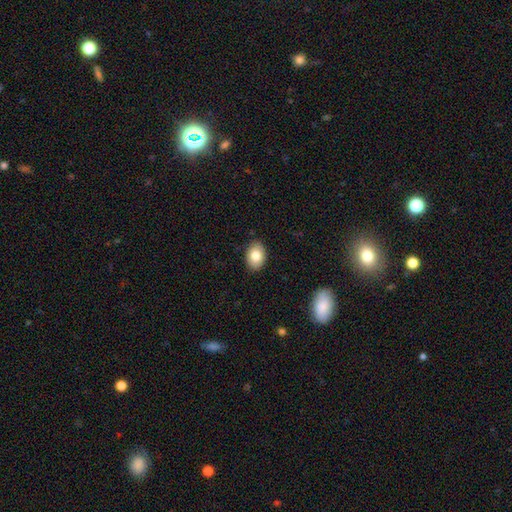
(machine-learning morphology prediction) smooth_or_featured: smooth (p=0.81) [alt: featured or disk p=0.12]
how_rounded: in between (p=0.81) [alt: round p=0.18]
merging: none (p=0.88) [alt: minor disturbance p=0.09]